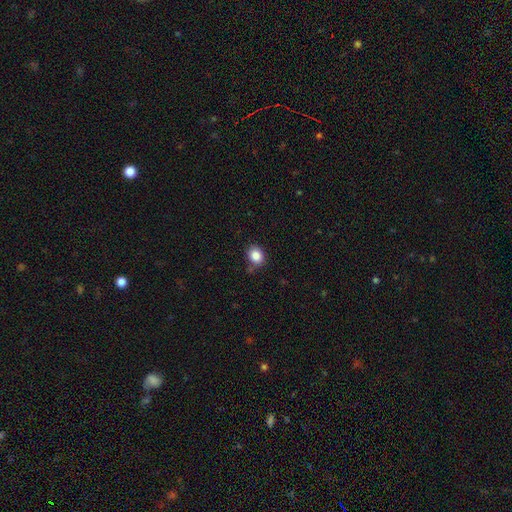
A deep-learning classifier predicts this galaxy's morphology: Q: Smooth or featured?
A: smooth (86%); runner-up: star or artifact (10%)
Q: How rounded?
A: round (54%); runner-up: in between (45%)
Q: Merging?
A: none (76%); runner-up: minor disturbance (17%)